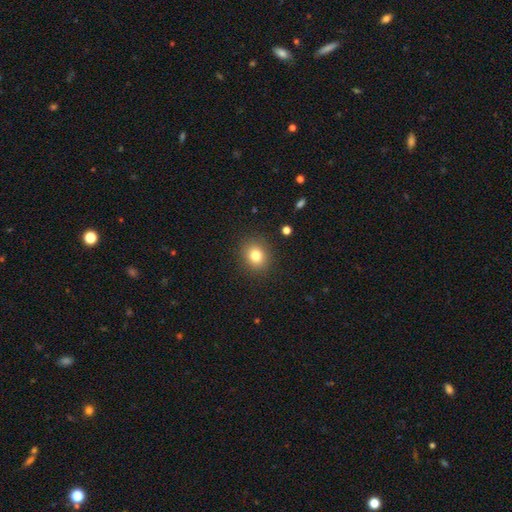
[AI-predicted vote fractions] This appears to be a smooth galaxy with no disk features (80%) that is round (74%). Merging: none (89%).